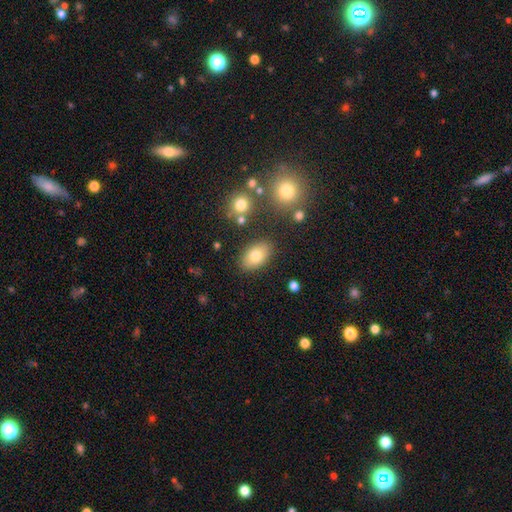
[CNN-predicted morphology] smooth_or_featured: smooth (p=0.78) [alt: featured or disk p=0.13]
how_rounded: in between (p=0.89) [alt: round p=0.09]
merging: none (p=0.83) [alt: minor disturbance p=0.10]